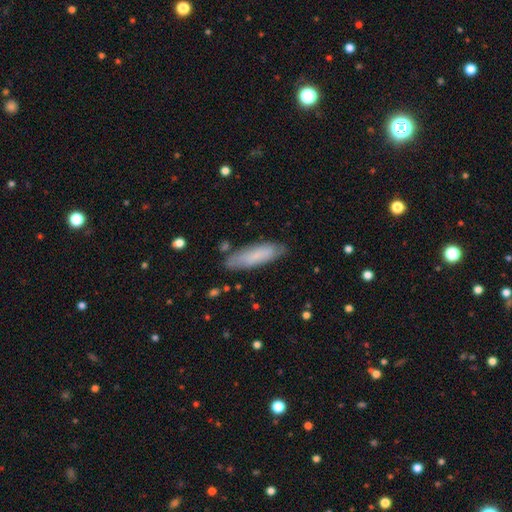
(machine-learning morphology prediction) Smooth or featured? Predicted: smooth (p=0.74). How rounded? Predicted: cigar-shaped (p=0.56). Merging? Predicted: none (p=0.78).